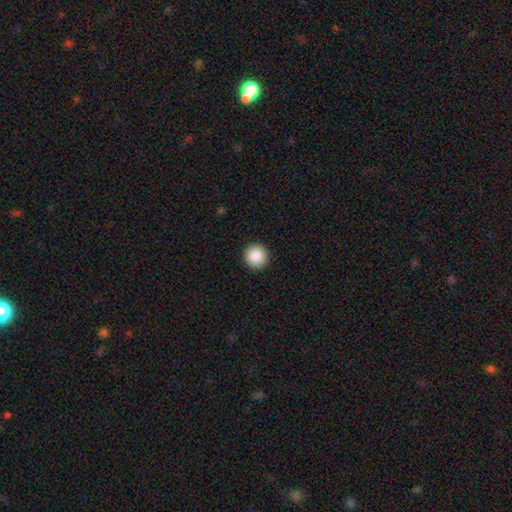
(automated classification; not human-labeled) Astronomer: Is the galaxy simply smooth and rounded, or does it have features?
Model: smooth — 88%.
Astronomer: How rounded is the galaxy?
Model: round — 95%.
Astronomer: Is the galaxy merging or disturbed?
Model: none — 92%.